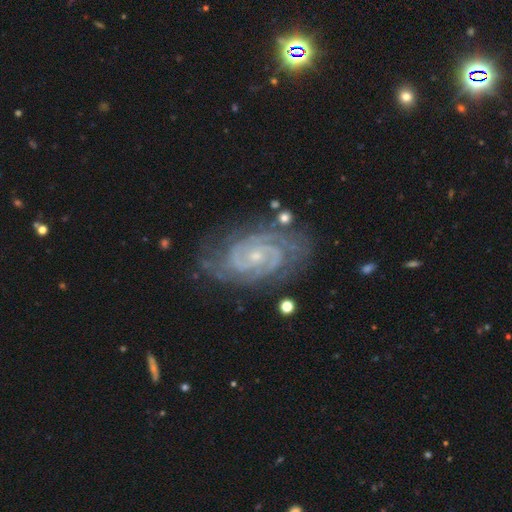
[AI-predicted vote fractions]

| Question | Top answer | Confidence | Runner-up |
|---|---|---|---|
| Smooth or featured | featured or disk | 92% | star or artifact (5%) |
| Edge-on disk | no | 97% | yes (3%) |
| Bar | no | 62% | weak (28%) |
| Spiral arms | yes | 99% | no (1%) |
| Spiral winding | tight | 75% | medium (22%) |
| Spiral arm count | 2 | 71% | 3 (12%) |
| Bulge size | small | 77% | moderate (18%) |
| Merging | none | 75% | minor disturbance (17%) |